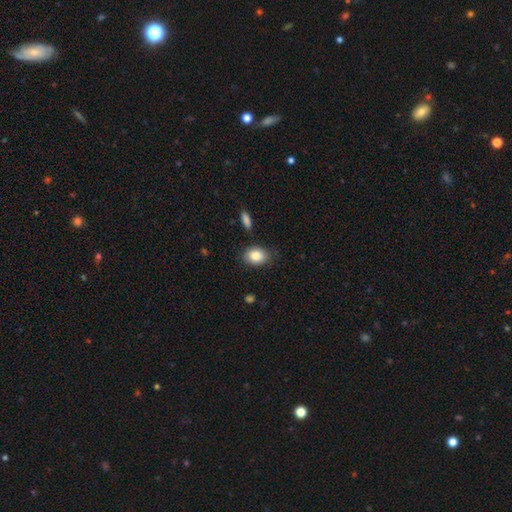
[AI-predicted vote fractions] Smooth or featured? smooth (85%)
How rounded? in between (72%)
Merging? none (81%)